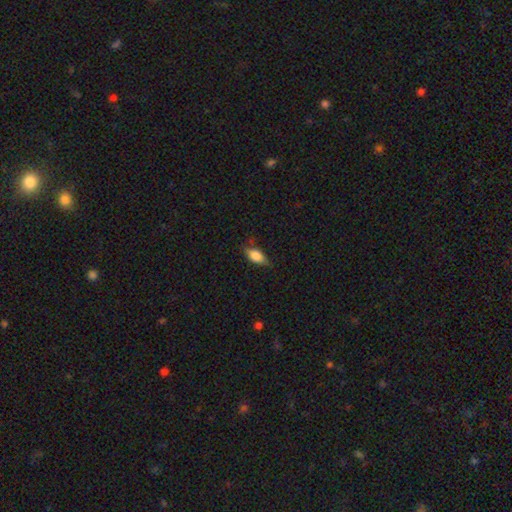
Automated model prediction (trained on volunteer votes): A smooth galaxy with no disk features (72%) that is in between round and cigar-shaped (82%).

Vote fractions:
- Smooth or featured? smooth: 72% / featured or disk: 20% / star or artifact: 8%
- How rounded? in between: 82% / cigar-shaped: 13% / round: 5%
- Merging? none: 73% / minor disturbance: 21% / major disturbance: 4% / merger: 1%